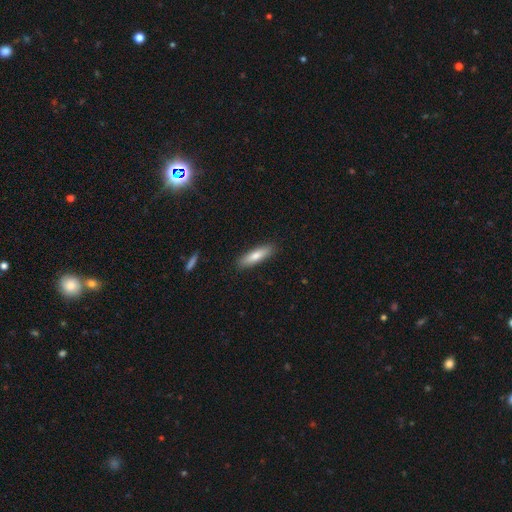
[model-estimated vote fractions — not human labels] Smooth or featured? Predicted: smooth (p=0.75). How rounded? Predicted: cigar-shaped (p=0.67). Merging? Predicted: none (p=0.89).